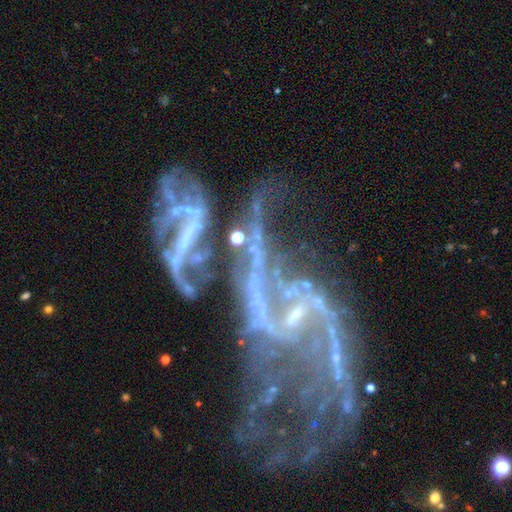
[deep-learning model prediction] featured or disk 83%, star or artifact 12%, smooth 5%. Down the decision tree: edge-on disk — no (96%); bar — no (43%); spiral arms — yes (81%); spiral arm count — 2 (61%); spiral winding — loose (76%); bulge size — small (55%); merging — merger (49%).